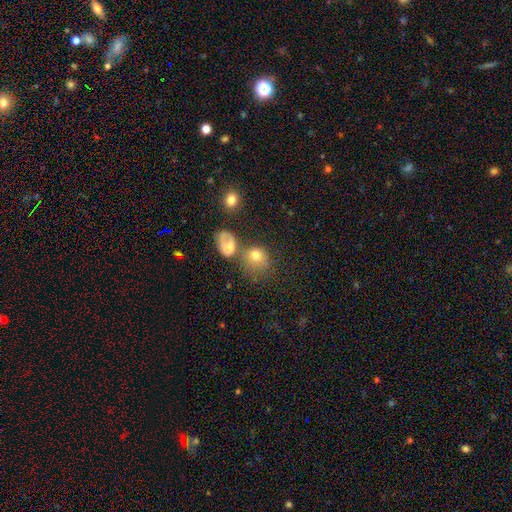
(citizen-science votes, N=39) Overall: smooth (74%). How rounded: round (76%). Merging: none (36%; minor disturbance 25%).